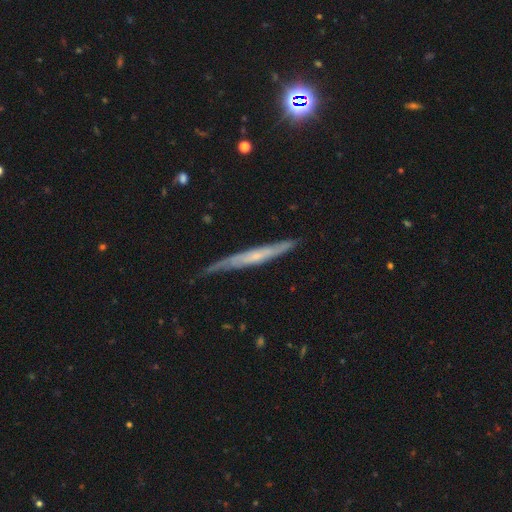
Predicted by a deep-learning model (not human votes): A featured or disk galaxy (65%) viewed edge-on (85%) with no central bulge (61%).

Vote fractions:
- Smooth or featured? featured or disk: 65% / smooth: 29% / star or artifact: 6%
- Edge-on disk? yes: 85% / no: 15%
- Edge-on bulge? none: 61% / rounded: 34% / boxy: 5%
- Merging? none: 67% / minor disturbance: 27% / major disturbance: 5% / merger: 2%